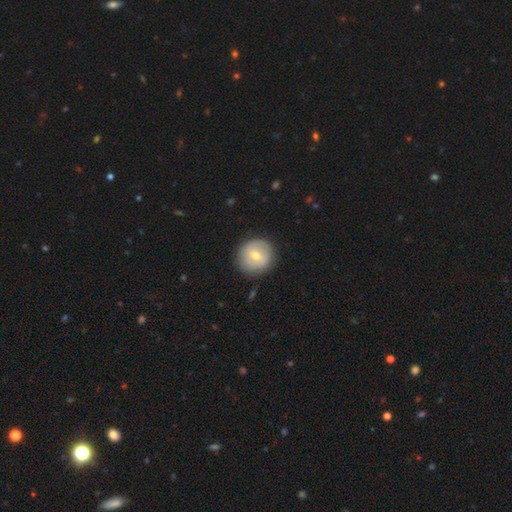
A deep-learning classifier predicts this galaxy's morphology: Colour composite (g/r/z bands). It shows a smooth galaxy with no disk features (62%) that is round (93%). Merging: none (86%).